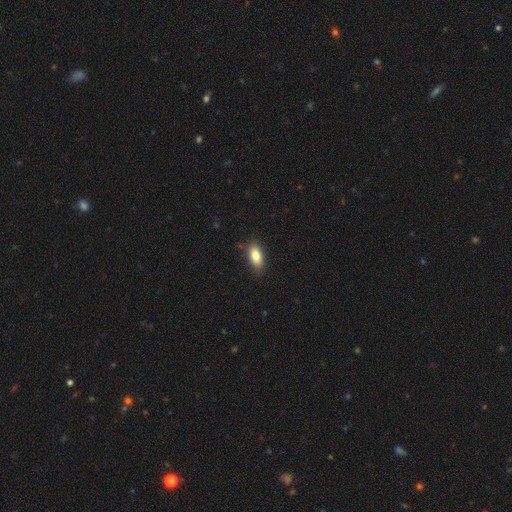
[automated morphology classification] smooth 83%, featured or disk 9%, star or artifact 7%. Down the decision tree: how rounded — in between (88%); merging — none (84%).